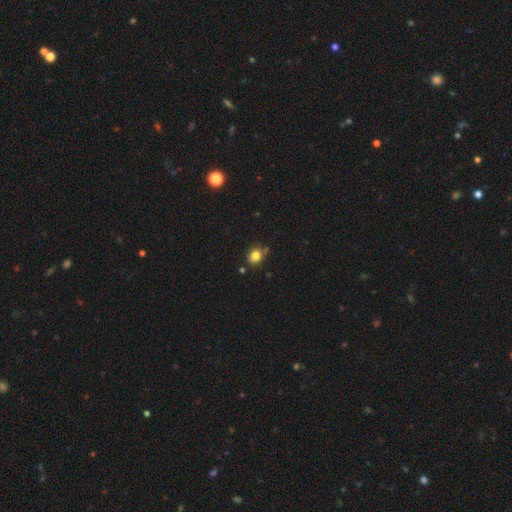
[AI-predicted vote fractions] The model was most divided on "how rounded": round: 67%, in between: 32%, cigar-shaped: 1%. More confident: smooth or featured — smooth (81%); merging — none (76%).